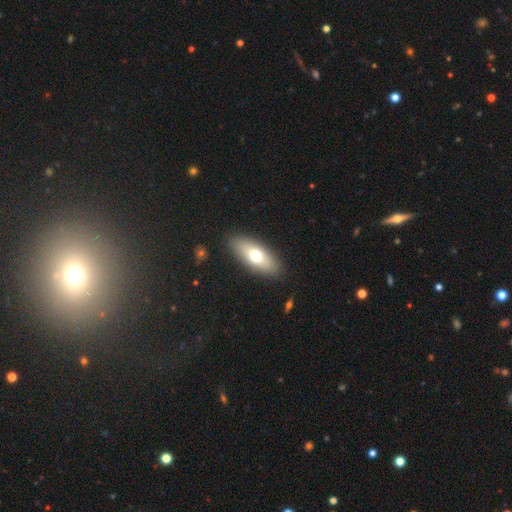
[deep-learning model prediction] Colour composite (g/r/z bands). It shows a smooth galaxy with no disk features (68%) that is in between round and cigar-shaped (77%). Merging: none (88%).